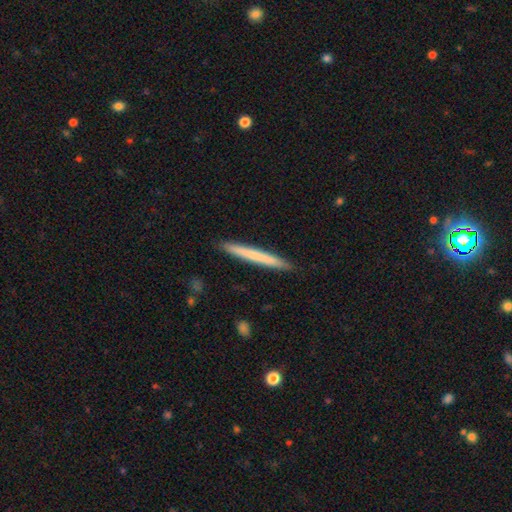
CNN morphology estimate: Smooth or featured: smooth — 65% (featured or disk — 30%)
How rounded: cigar-shaped — 97% (in between — 2%)
Merging: none — 91% (minor disturbance — 7%)